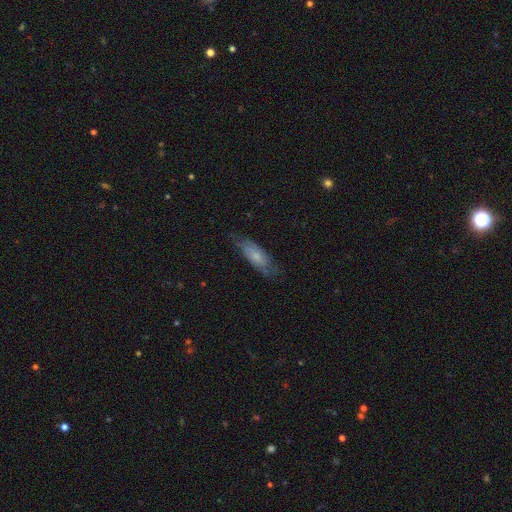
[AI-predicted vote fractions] Smooth or featured? smooth (58%)
How rounded? in between (60%)
Merging? none (65%)